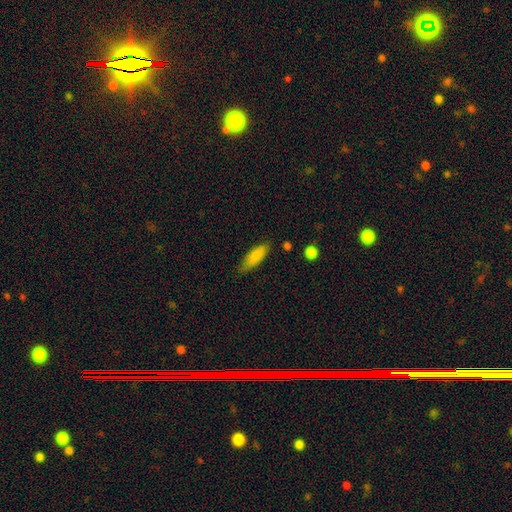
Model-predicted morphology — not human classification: Smooth or featured? smooth (85%)
How rounded? in between (56%)
Merging? none (74%)